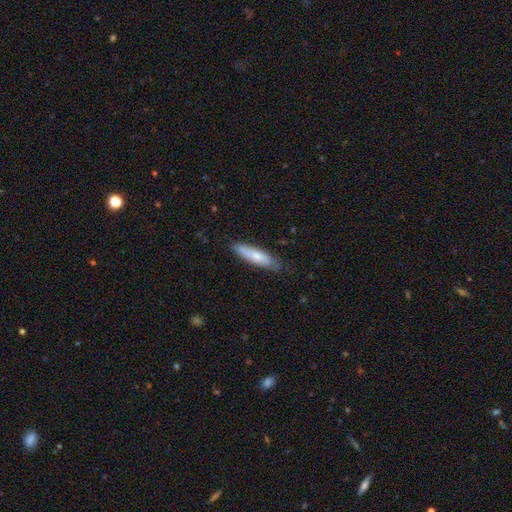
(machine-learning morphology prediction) Smooth or featured? smooth (72%)
How rounded? cigar-shaped (72%)
Merging? none (78%)